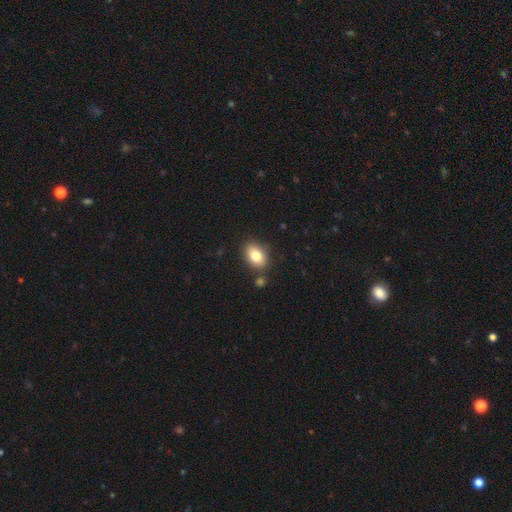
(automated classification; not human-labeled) Morphology: type=smooth (80%); roundness=in between (81%); merging=none (80%).